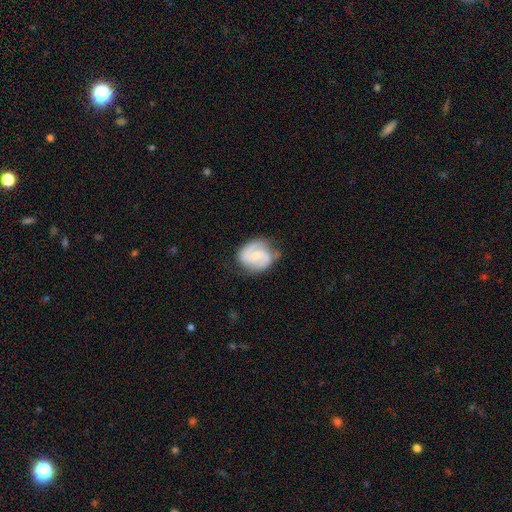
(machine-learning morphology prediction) featured or disk 76%, smooth 19%, star or artifact 5%. Down the decision tree: edge-on disk — no (98%); bar — weak (47%); spiral arms — yes (94%); spiral arm count — 2 (83%); spiral winding — medium (47%); bulge size — small (56%); merging — none (67%).